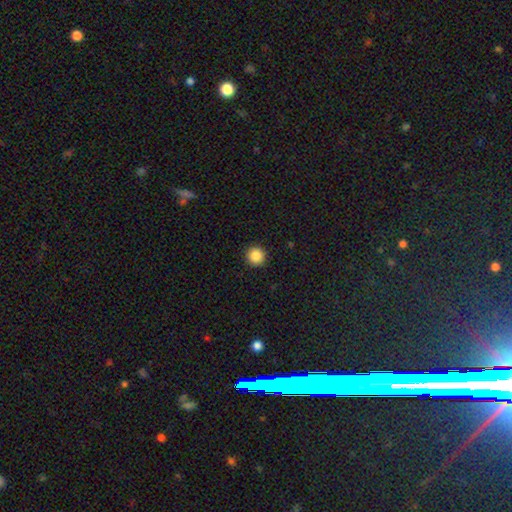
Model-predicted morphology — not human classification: A smooth galaxy with no disk features (87%) that is round (96%).

Vote fractions:
- Smooth or featured? smooth: 87% / star or artifact: 10% / featured or disk: 3%
- How rounded? round: 96% / in between: 3% / cigar-shaped: 1%
- Merging? none: 93% / minor disturbance: 4% / major disturbance: 2% / merger: 1%